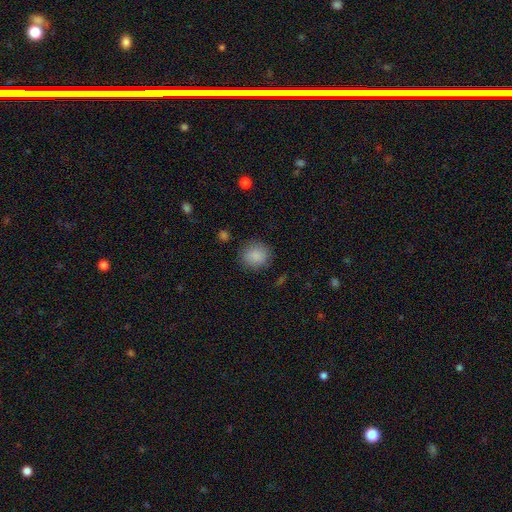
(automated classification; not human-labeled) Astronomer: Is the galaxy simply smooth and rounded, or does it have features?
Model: smooth — 87%.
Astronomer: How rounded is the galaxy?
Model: round — 83%.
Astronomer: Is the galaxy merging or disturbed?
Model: none — 84%.